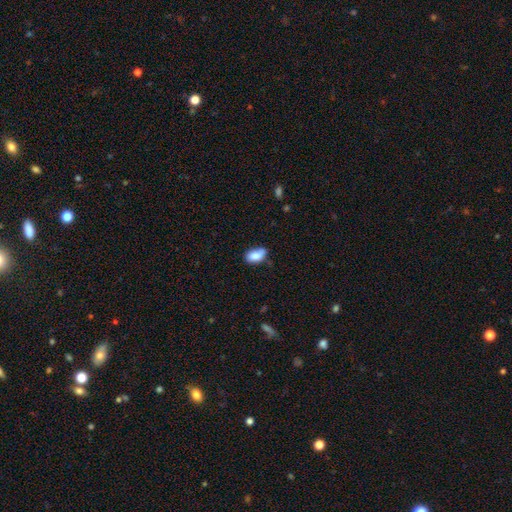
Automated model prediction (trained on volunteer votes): Smooth or featured: smooth — 81% (featured or disk — 11%)
How rounded: in between — 91% (round — 7%)
Merging: none — 55% (minor disturbance — 32%)